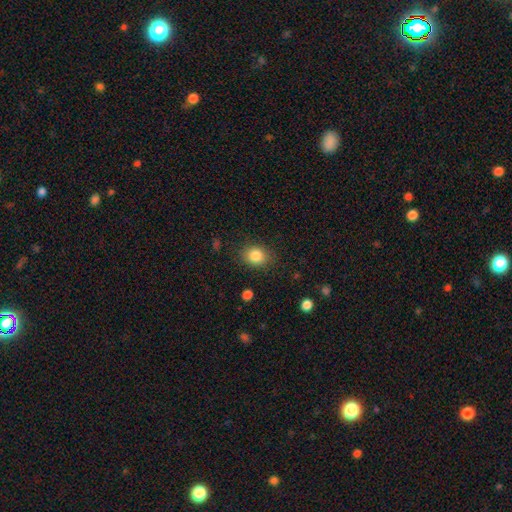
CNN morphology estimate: This appears to be a smooth galaxy with no disk features (85%) that is round (58%). Merging: none (85%).